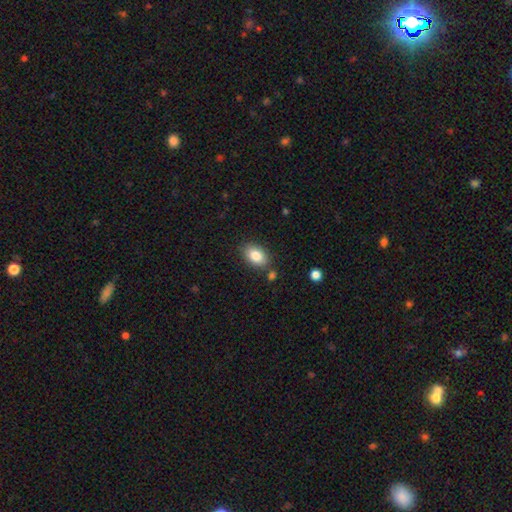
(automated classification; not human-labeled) Overall: smooth (84%). How rounded: in between (88%). Merging: none (80%).